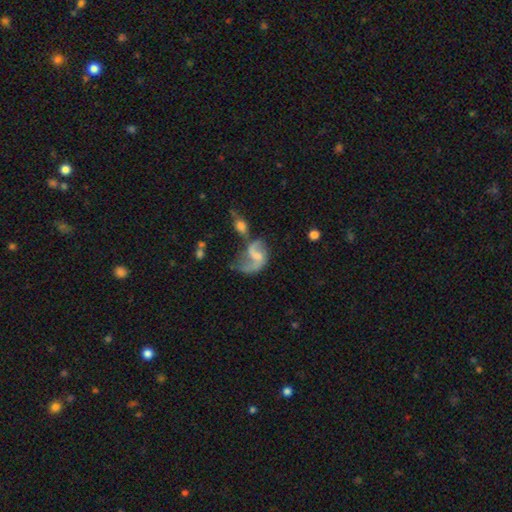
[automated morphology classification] type=featured or disk (72%); edge-on=no (98%); bar=weak (47%); spiral arms=yes (86%); winding=loose (69%); arm count=2 (71%); bulge=none (35%, tied with small); merging=merger (30%).